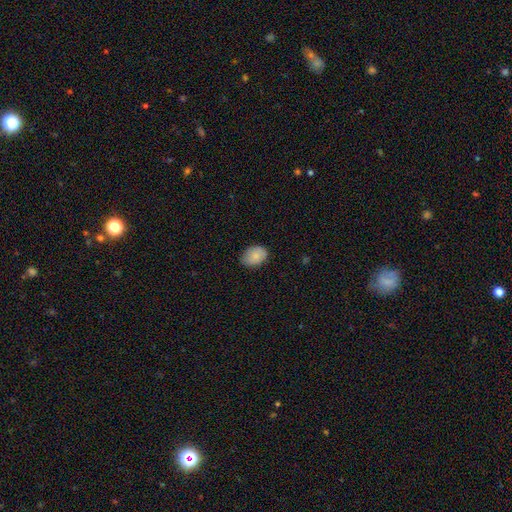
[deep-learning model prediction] A smooth galaxy with no disk features (83%) that is in between round and cigar-shaped (74%).

Vote fractions:
- Smooth or featured? smooth: 83% / featured or disk: 10% / star or artifact: 7%
- How rounded? in between: 74% / round: 25% / cigar-shaped: 1%
- Merging? none: 78% / minor disturbance: 18% / major disturbance: 3% / merger: 1%